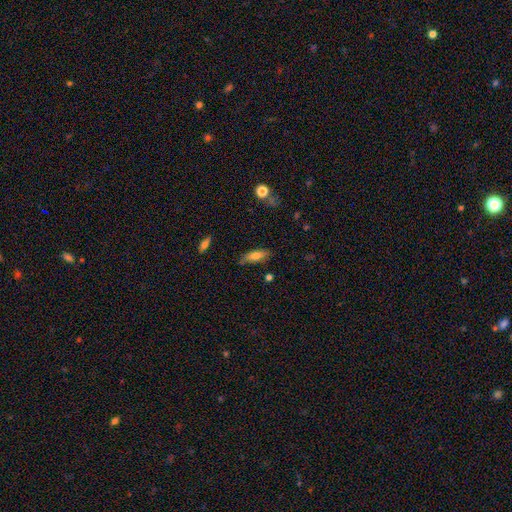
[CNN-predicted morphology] smooth 67%, featured or disk 25%, star or artifact 8%. Down the decision tree: how rounded — in between (54%); merging — none (70%).